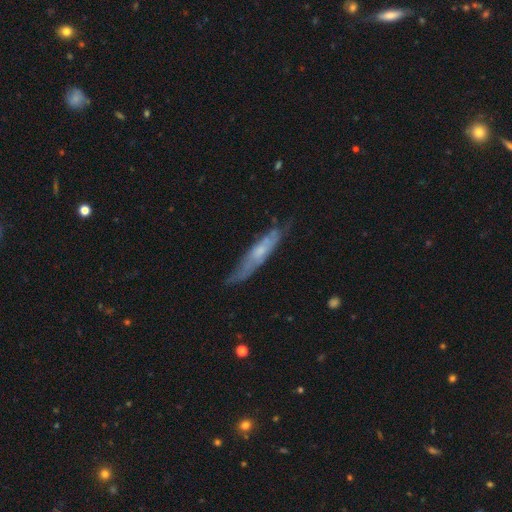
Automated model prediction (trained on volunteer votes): Smooth or featured: featured or disk — 54% (smooth — 35%)
Edge-on disk: yes — 70% (no — 30%)
Merging: none — 74% (minor disturbance — 20%)